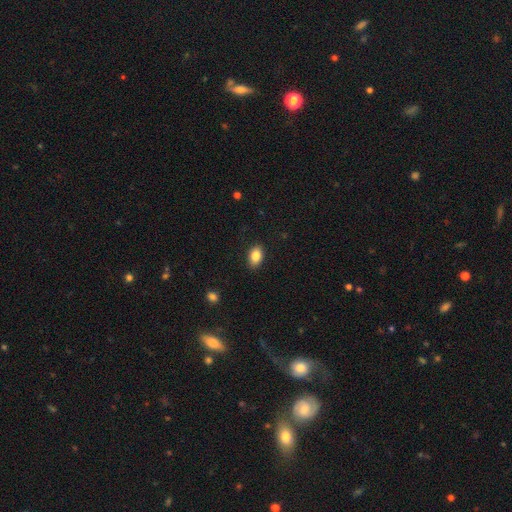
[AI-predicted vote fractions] Smooth or featured? Predicted: smooth (p=0.85). How rounded? Predicted: in between (p=0.87). Merging? Predicted: none (p=0.88).